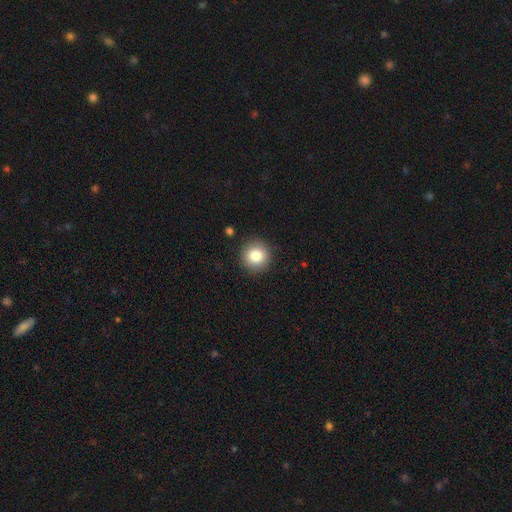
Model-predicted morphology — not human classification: Smooth or featured? smooth (84%)
How rounded? round (94%)
Merging? none (90%)